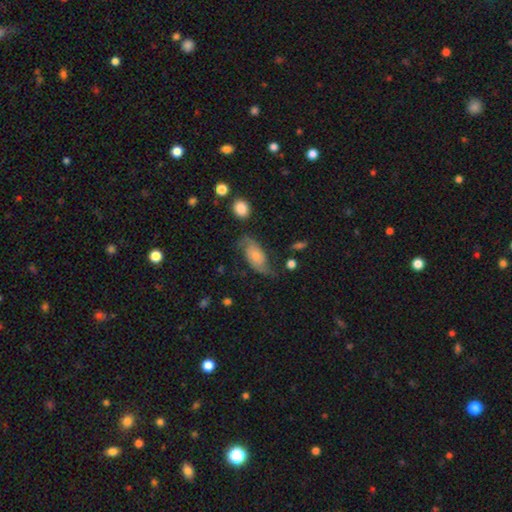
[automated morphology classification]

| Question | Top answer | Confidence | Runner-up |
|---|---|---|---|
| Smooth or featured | featured or disk | 64% | smooth (28%) |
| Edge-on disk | no | 94% | yes (6%) |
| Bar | no | 70% | weak (25%) |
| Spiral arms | yes | 91% | no (9%) |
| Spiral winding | loose | 50% | medium (35%) |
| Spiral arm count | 2 | 88% | can't tell (6%) |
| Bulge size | small | 47% | moderate (35%) |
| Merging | none | 59% | minor disturbance (24%) |